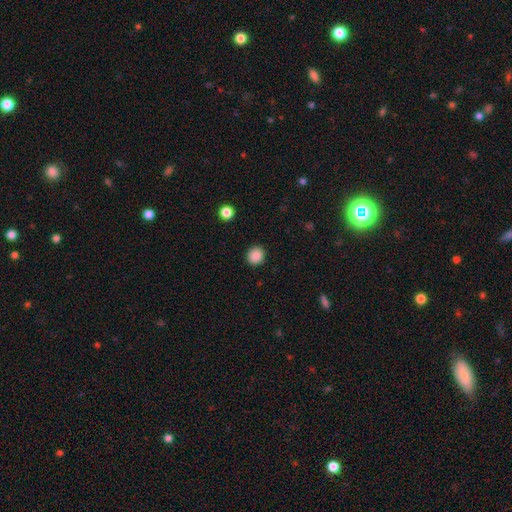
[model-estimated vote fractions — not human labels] The model was most divided on "how rounded": round: 86%, in between: 13%, cigar-shaped: 1%. More confident: merging — none (91%); smooth or featured — smooth (88%).